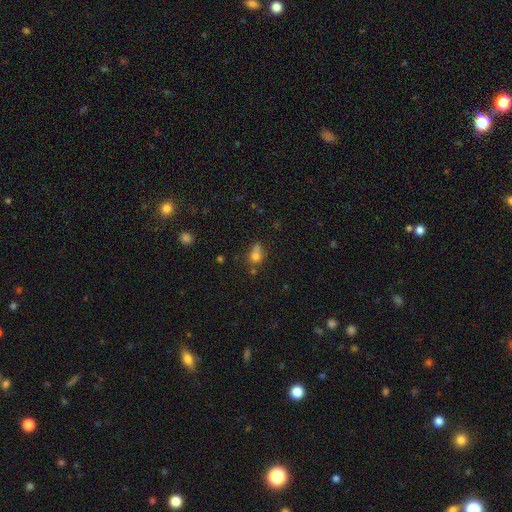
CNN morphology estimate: Smooth or featured: smooth — 72% (star or artifact — 15%)
How rounded: round — 55% (in between — 42%)
Merging: none — 43% (merger — 25%)